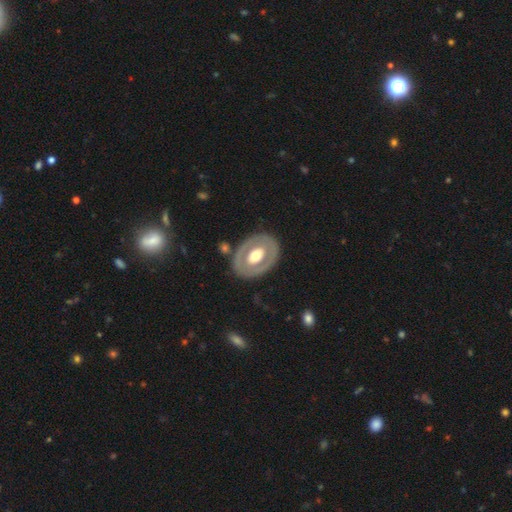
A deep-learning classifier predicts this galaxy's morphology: type=featured or disk (60%); edge-on=no (93%); bar=no (64%); spiral arms=no (86%); bulge=moderate (64%); merging=none (79%).